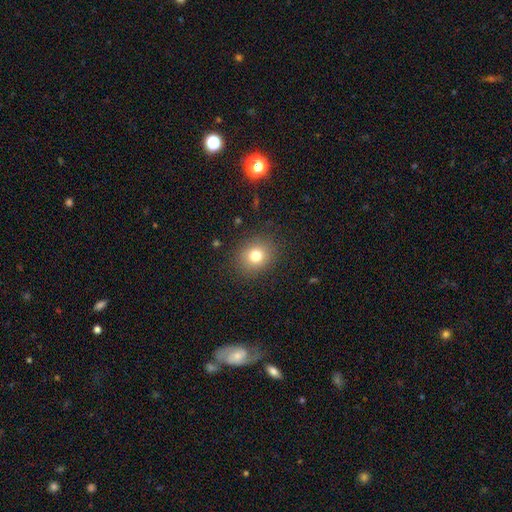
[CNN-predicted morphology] Smooth or featured? Predicted: smooth (p=0.78). How rounded? Predicted: round (p=0.69). Merging? Predicted: none (p=0.86).